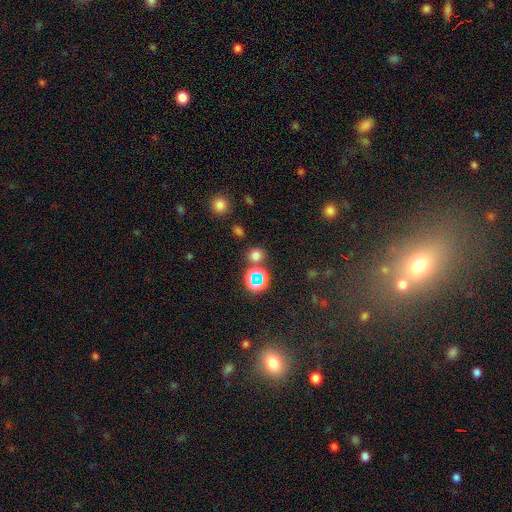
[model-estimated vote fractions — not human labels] The model was most divided on "smooth or featured": smooth: 65%, star or artifact: 29%, featured or disk: 5%. More confident: how rounded — round (81%); merging — none (78%).